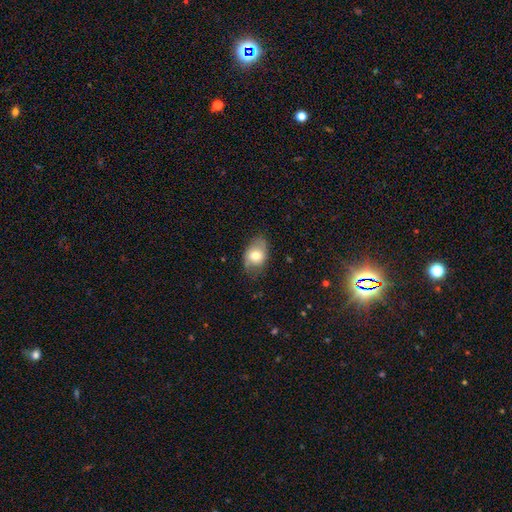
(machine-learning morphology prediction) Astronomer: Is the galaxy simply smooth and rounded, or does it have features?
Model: smooth — 69%.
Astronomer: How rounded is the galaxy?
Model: in between — 77%.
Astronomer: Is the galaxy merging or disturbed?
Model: none — 69%.